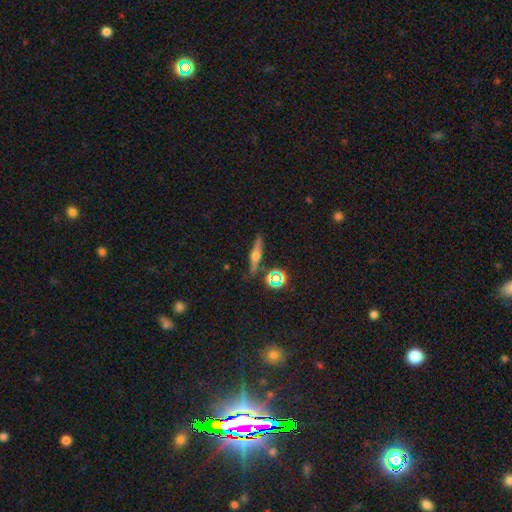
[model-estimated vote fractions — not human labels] featured or disk 51%, smooth 35%, star or artifact 14%. Down the decision tree: edge-on disk — yes (92%); merging — none (83%).